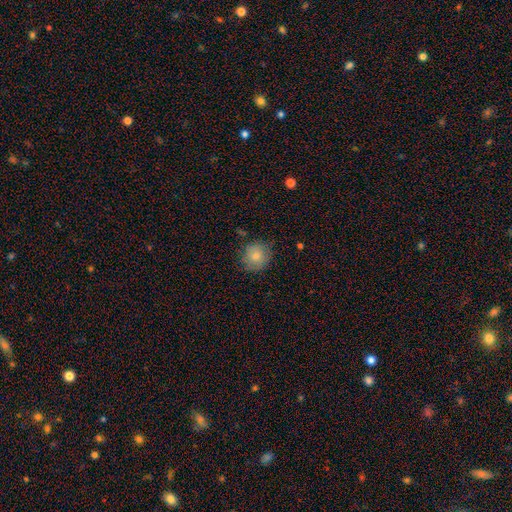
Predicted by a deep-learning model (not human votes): This appears to be a smooth galaxy with no disk features (81%) that is round (87%). Merging: none (77%).